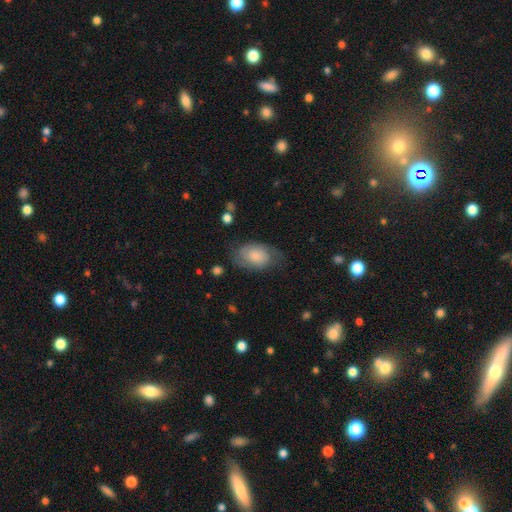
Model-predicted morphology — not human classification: The model was most divided on "smooth or featured": smooth: 54%, featured or disk: 39%, star or artifact: 7%. More confident: how rounded — in between (86%); merging — none (61%).